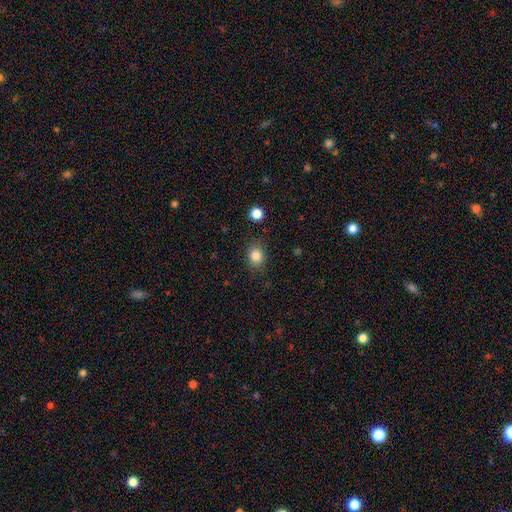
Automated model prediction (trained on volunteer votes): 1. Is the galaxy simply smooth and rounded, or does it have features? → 84% smooth, 11% star or artifact, 6% featured or disk.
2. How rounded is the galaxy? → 59% round, 40% in between, 1% cigar-shaped.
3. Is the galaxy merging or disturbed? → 84% none, 11% minor disturbance, 3% major disturbance, 2% merger.